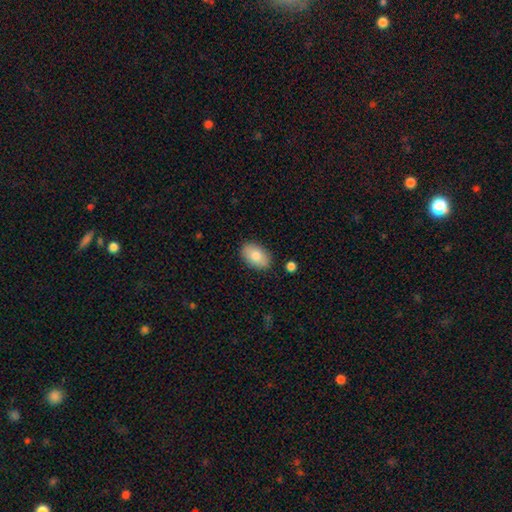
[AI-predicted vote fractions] This appears to be a smooth galaxy with no disk features (82%) that is in between round and cigar-shaped (90%). Merging: none (86%).